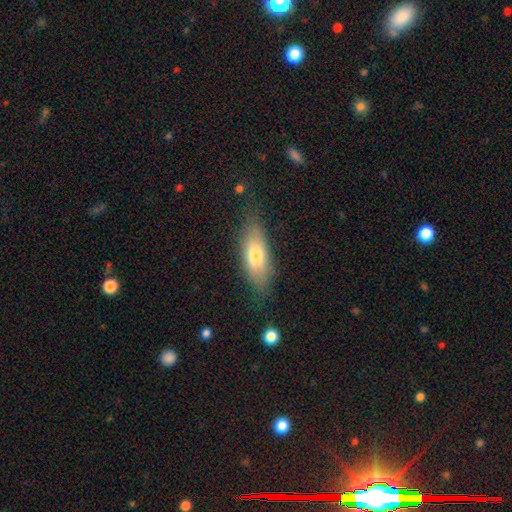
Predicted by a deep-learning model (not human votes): A smooth galaxy with no disk features (71%) that is in between round and cigar-shaped (72%). Merging: none (74%).